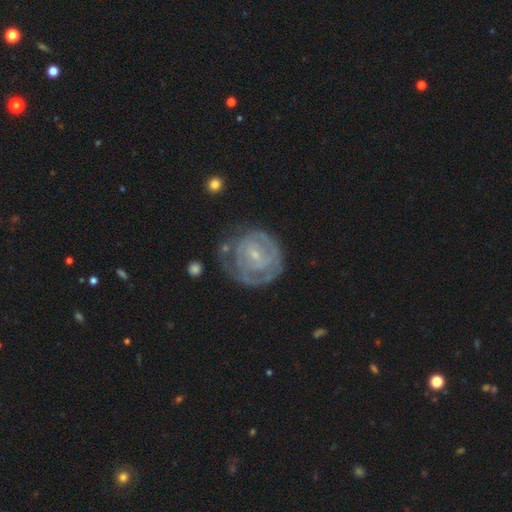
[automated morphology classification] This is likely a featured or disk galaxy (77%). It is clearly not viewed edge-on (97%). Bar: possibly no (51%). Spiral arm pattern: clearly yes (82%). Spiral arm count: possibly can't tell (47%). Spiral winding: likely tight (72%). Central bulge: likely small (77%). Merging: likely none (62%).